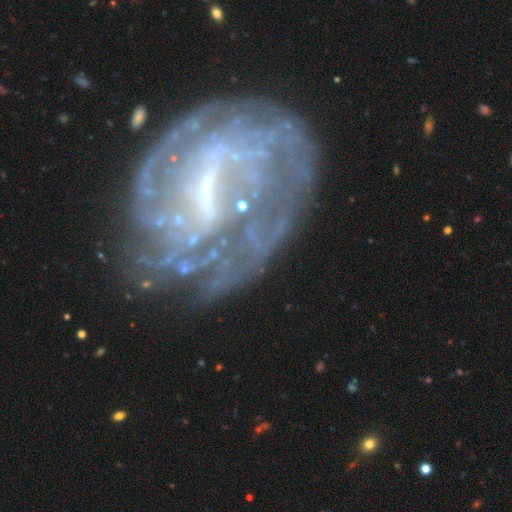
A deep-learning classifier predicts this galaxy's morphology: smooth-or-featured: featured or disk: 80% | smooth: 11% | star or artifact: 9%
  disk-edge-on: no: 96% | yes: 4%
    bar: strong: 47% | weak: 38% | no: 14%
    has-spiral-arms: yes: 70% | no: 30%
      spiral-winding: tight: 52% | medium: 29% | loose: 19%
      spiral-arm-count: can't tell: 56% | 2: 17% | 3: 8% | 4: 7% | 1: 6% | more than 4: 6%
    bulge-size: small: 40% | none: 29% | moderate: 26% | large: 4% | dominant: 1%
  merging: none: 59% | minor disturbance: 20% | major disturbance: 18% | merger: 4%